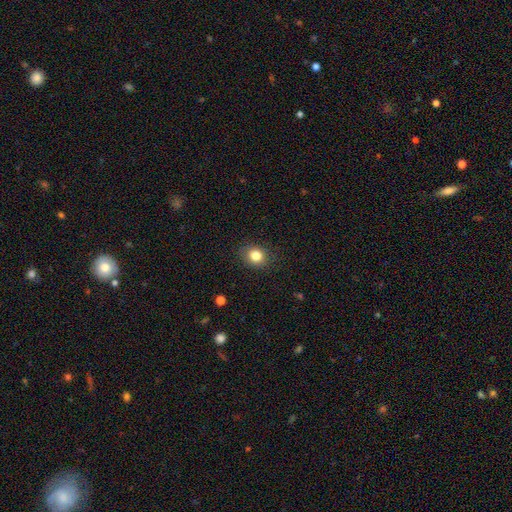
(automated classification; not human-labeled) Smooth or featured?
  - smooth: 82% *
  - star or artifact: 11%
  - featured or disk: 7%
How rounded?
  - round: 64% *
  - in between: 36%
  - cigar-shaped: 1%
Merging?
  - none: 86% *
  - minor disturbance: 10%
  - major disturbance: 3%
  - merger: 1%